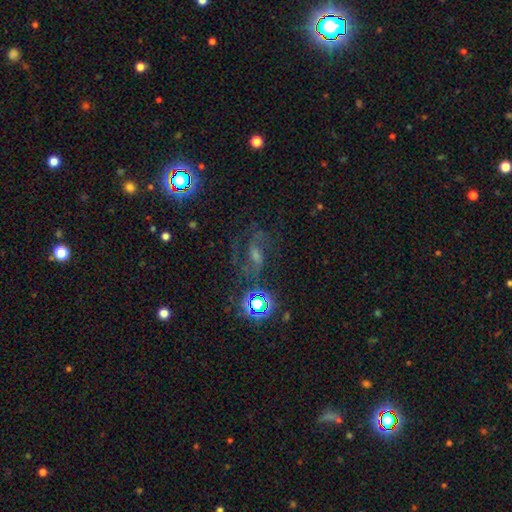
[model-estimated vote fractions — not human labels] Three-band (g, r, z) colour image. It shows a featured or disk galaxy (57%) with a weak bar (46%), spiral arms (90%) and a small central bulge (40%). Merging: none (64%).